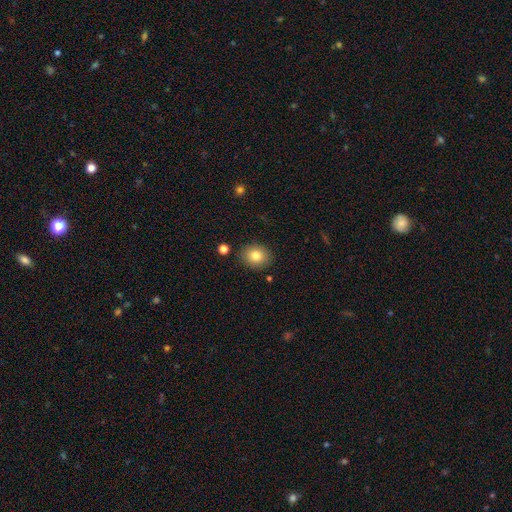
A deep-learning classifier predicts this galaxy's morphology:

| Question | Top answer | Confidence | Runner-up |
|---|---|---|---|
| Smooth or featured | smooth | 82% | star or artifact (9%) |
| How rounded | round | 58% | in between (41%) |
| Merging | none | 87% | minor disturbance (9%) |